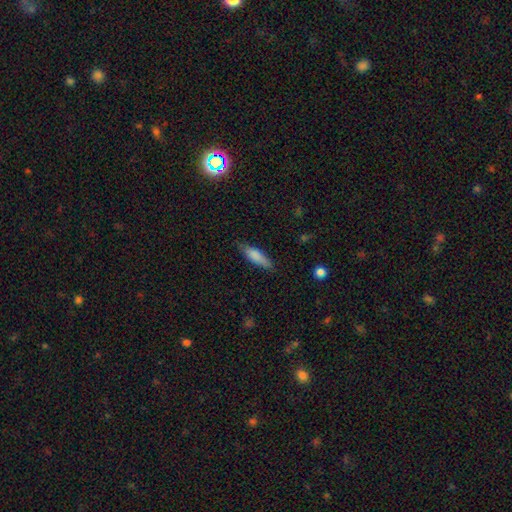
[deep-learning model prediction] Overall: smooth (81%). How rounded: cigar-shaped (59%; in between 39%). Merging: none (78%).